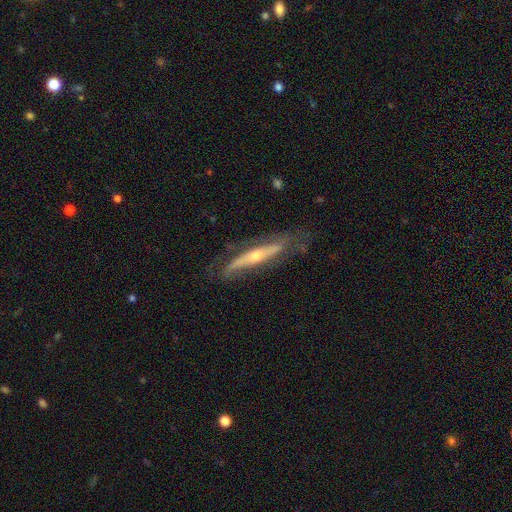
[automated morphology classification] Smooth or featured? Predicted: featured or disk (p=0.78). Edge-on disk? Predicted: yes (p=0.65). Edge-on bulge? Predicted: rounded (p=0.79). Merging? Predicted: none (p=0.72).